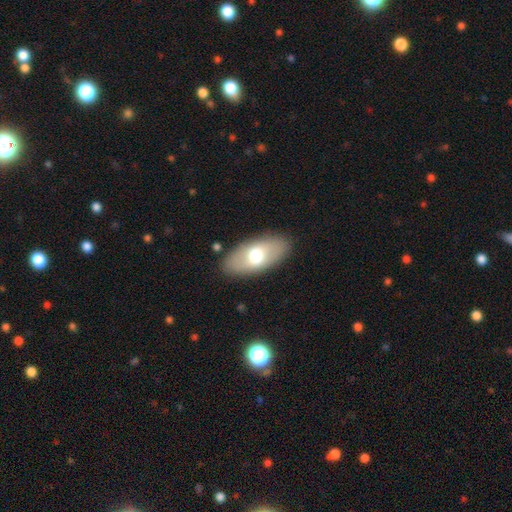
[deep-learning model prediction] smooth 61%, featured or disk 33%, star or artifact 6%. Down the decision tree: how rounded — in between (91%); merging — none (86%).